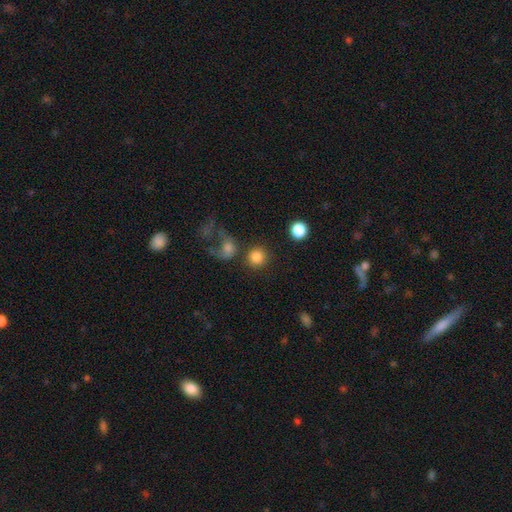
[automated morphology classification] This appears to be a smooth galaxy with no disk features (83%) that is round (92%). Merging: none (73%).